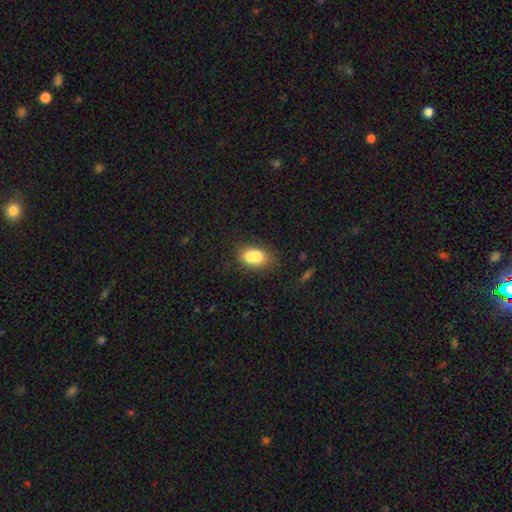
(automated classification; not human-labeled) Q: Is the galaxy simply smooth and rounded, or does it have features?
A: smooth — 75%.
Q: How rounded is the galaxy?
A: in between — 80%.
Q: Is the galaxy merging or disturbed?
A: none — 44%.